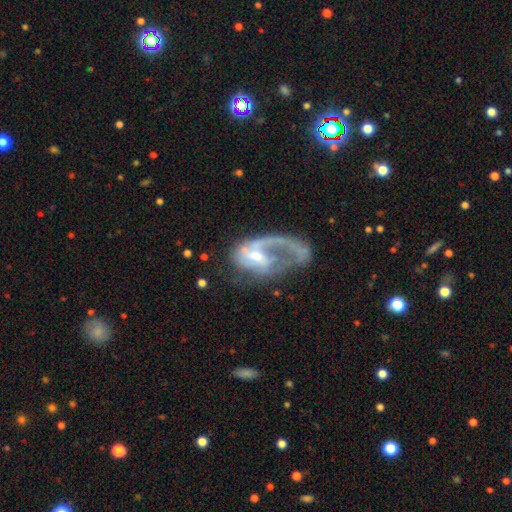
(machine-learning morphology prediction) type=featured or disk (77%); edge-on=no (97%); bar=weak (44%); spiral arms=yes (78%); winding=loose (51%); arm count=1 (65%); bulge=small (51%); merging=major disturbance (54%).